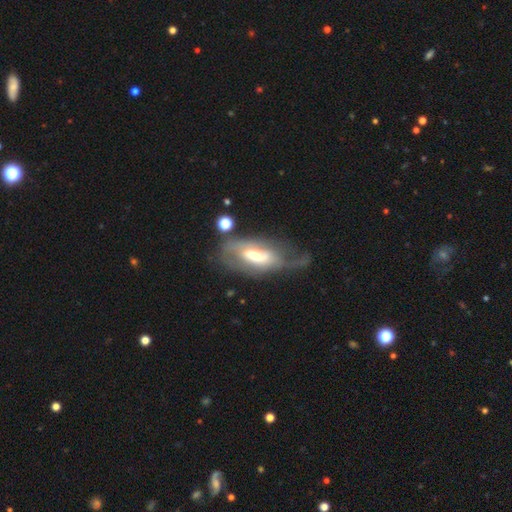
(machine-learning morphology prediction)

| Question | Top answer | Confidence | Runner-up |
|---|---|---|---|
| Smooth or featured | featured or disk | 63% | smooth (29%) |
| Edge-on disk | no | 84% | yes (16%) |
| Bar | no | 42% | weak (39%) |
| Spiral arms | yes | 59% | no (41%) |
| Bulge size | moderate | 51% | large (26%) |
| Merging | none | 34% | major disturbance (31%) |